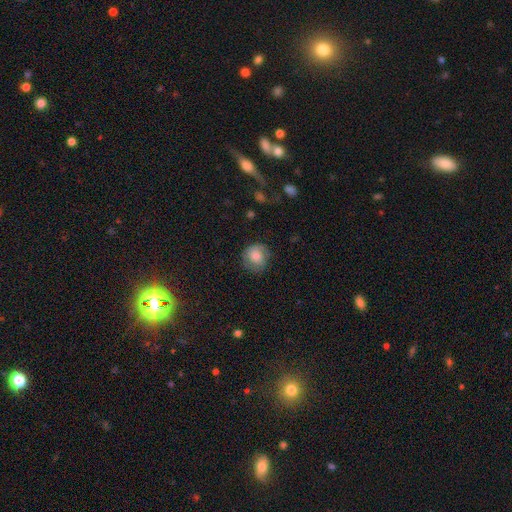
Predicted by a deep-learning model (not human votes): smooth-or-featured: smooth: 77% | featured or disk: 16% | star or artifact: 8%
  how-rounded: round: 86% | in between: 13% | cigar-shaped: 1%
  merging: none: 73% | minor disturbance: 19% | major disturbance: 6% | merger: 1%